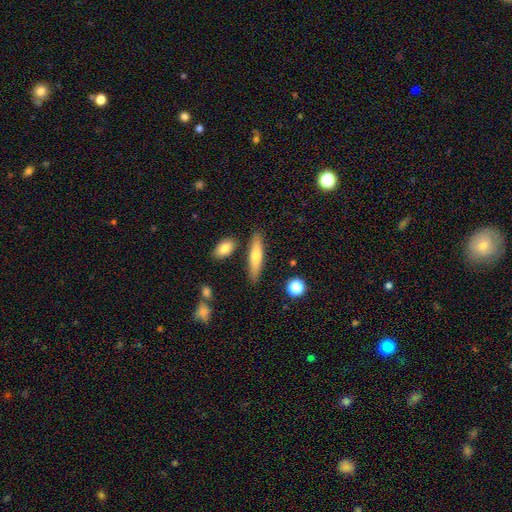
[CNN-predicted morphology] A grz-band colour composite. It shows a smooth galaxy with no disk features (66%) that is cigar-shaped (77%). Merging: none (83%).